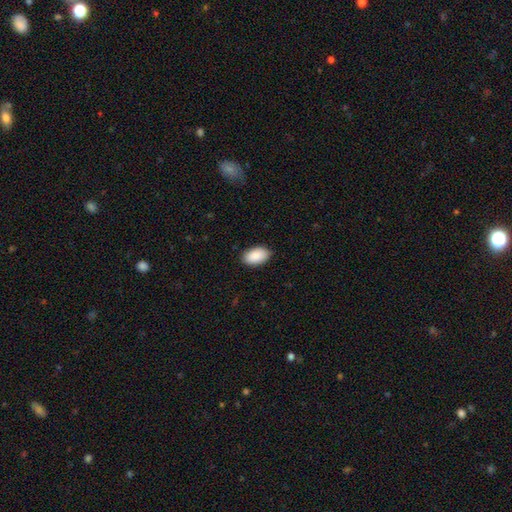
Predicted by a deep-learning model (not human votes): Smooth or featured: smooth — 90% (star or artifact — 6%)
How rounded: in between — 94% (round — 4%)
Merging: none — 88% (minor disturbance — 9%)